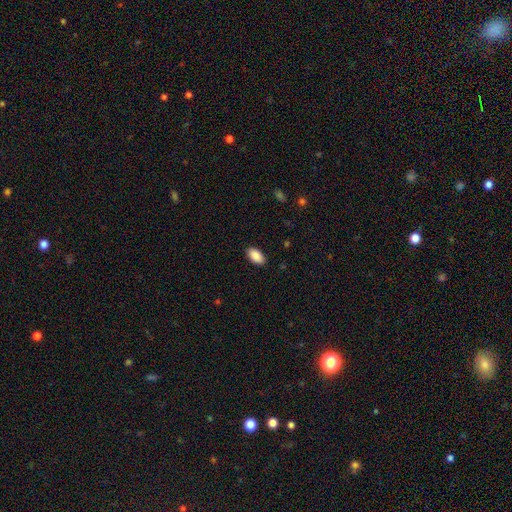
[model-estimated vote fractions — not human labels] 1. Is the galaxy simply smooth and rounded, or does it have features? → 90% smooth, 7% star or artifact, 3% featured or disk.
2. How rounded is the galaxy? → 95% in between, 3% round, 2% cigar-shaped.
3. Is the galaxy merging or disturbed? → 88% none, 9% minor disturbance, 2% major disturbance, 1% merger.